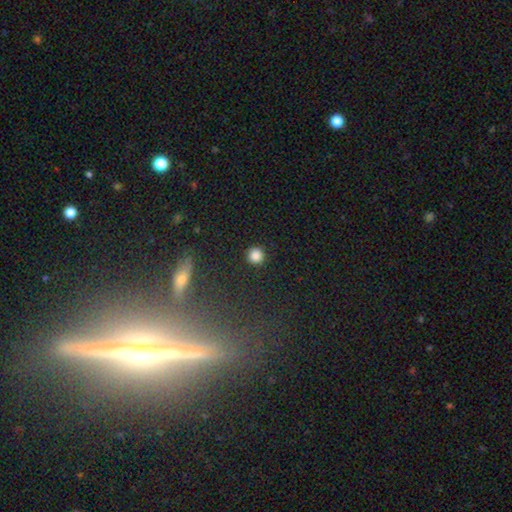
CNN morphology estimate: smooth_or_featured: smooth (p=0.85) [alt: star or artifact p=0.12]
how_rounded: round (p=0.95) [alt: in between p=0.04]
merging: none (p=0.92) [alt: minor disturbance p=0.05]